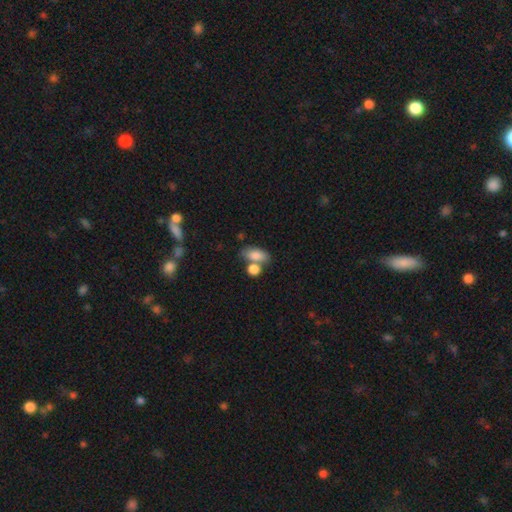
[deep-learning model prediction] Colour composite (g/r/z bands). It shows a smooth galaxy with no disk features (81%) that is in between round and cigar-shaped (86%). Merging: none (42%).